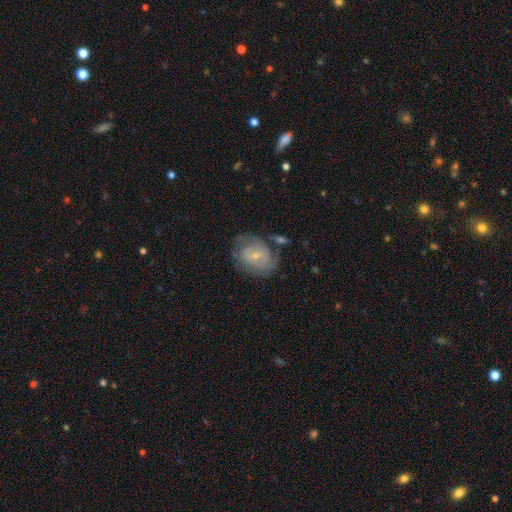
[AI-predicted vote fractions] Q: Smooth or featured?
A: featured or disk (70%); runner-up: smooth (23%)
Q: Edge-on disk?
A: no (97%); runner-up: yes (3%)
Q: Bar?
A: weak (48%); runner-up: no (41%)
Q: Spiral arms?
A: yes (85%); runner-up: no (15%)
Q: Spiral winding?
A: tight (58%); runner-up: medium (31%)
Q: Spiral arm count?
A: 2 (44%); runner-up: can't tell (34%)
Q: Bulge size?
A: small (70%); runner-up: moderate (25%)
Q: Merging?
A: none (60%); runner-up: minor disturbance (21%)